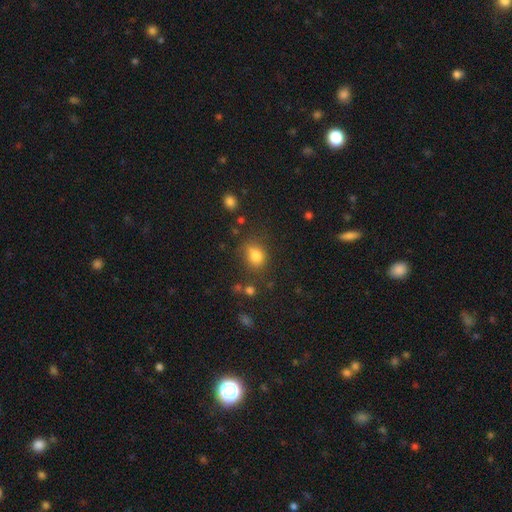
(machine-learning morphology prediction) type=smooth (79%); roundness=round (53%); merging=none (62%).